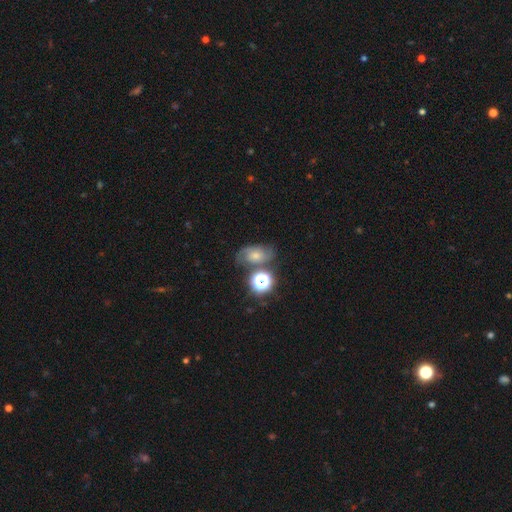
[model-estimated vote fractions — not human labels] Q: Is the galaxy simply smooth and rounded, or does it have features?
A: featured or disk — 43%.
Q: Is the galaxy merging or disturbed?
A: none — 67%.